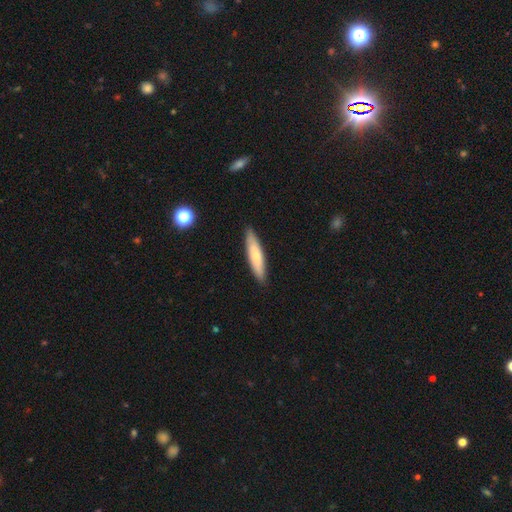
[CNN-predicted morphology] Smooth or featured? Predicted: smooth (p=0.70). How rounded? Predicted: cigar-shaped (p=0.82). Merging? Predicted: none (p=0.89).